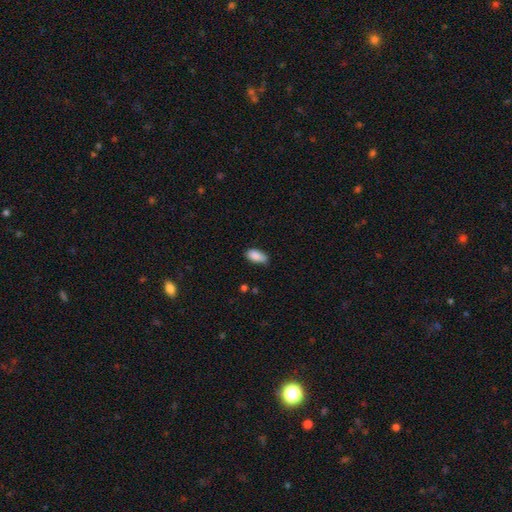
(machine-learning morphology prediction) Q: Smooth or featured?
A: smooth (88%); runner-up: star or artifact (7%)
Q: How rounded?
A: in between (92%); runner-up: cigar-shaped (6%)
Q: Merging?
A: none (71%); runner-up: minor disturbance (24%)